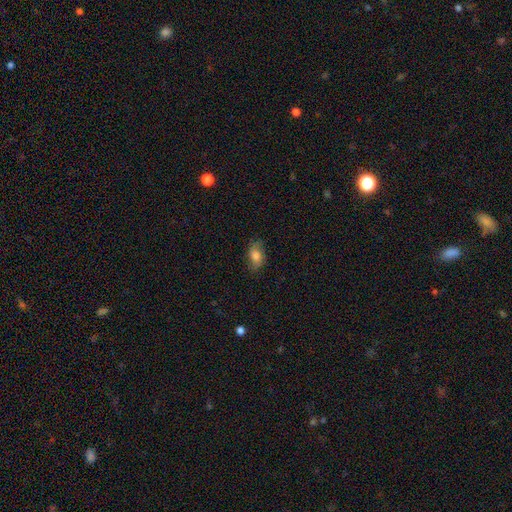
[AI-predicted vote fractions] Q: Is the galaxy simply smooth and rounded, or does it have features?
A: smooth — 71%.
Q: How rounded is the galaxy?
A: in between — 87%.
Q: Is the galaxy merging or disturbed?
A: none — 75%.